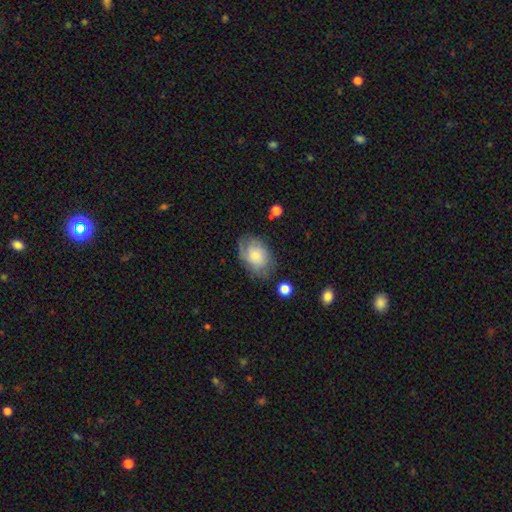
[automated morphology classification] Q: Smooth or featured?
A: smooth (52%); runner-up: featured or disk (40%)
Q: How rounded?
A: in between (81%); runner-up: round (17%)
Q: Merging?
A: none (67%); runner-up: minor disturbance (22%)